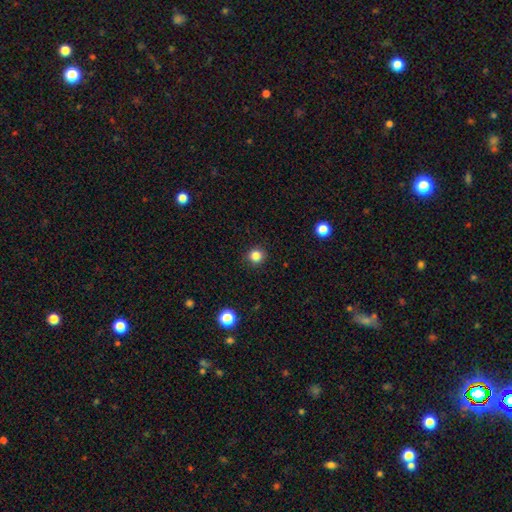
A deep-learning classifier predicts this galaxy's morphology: This is clearly a smooth galaxy (84%). How rounded: clearly round (93%). Merging: clearly none (91%).